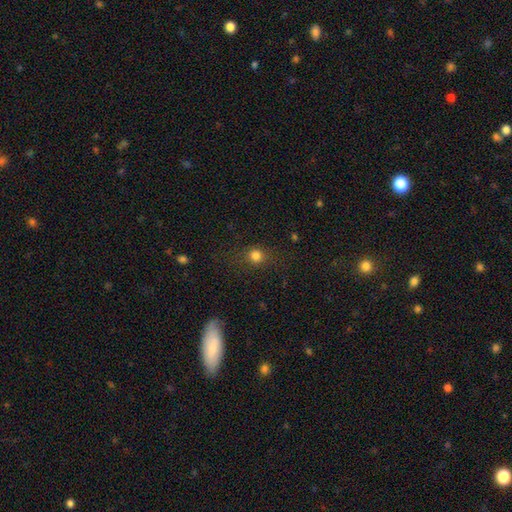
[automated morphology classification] Smooth or featured: smooth — 78% (star or artifact — 15%)
How rounded: round — 85% (in between — 14%)
Merging: none — 81% (minor disturbance — 12%)